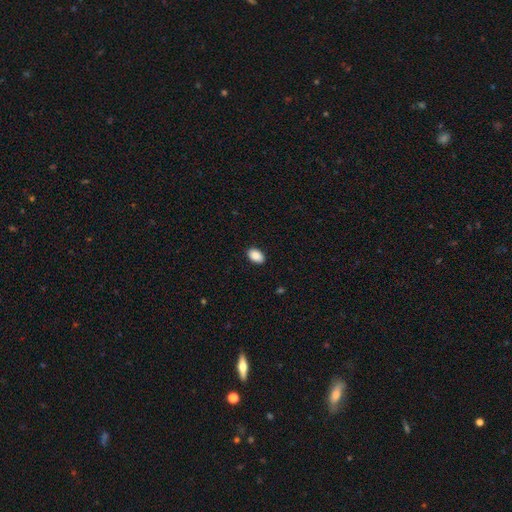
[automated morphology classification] Smooth or featured?
  - smooth: 90% *
  - star or artifact: 7%
  - featured or disk: 3%
How rounded?
  - in between: 91% *
  - round: 7%
  - cigar-shaped: 1%
Merging?
  - none: 89% *
  - minor disturbance: 8%
  - major disturbance: 2%
  - merger: 1%